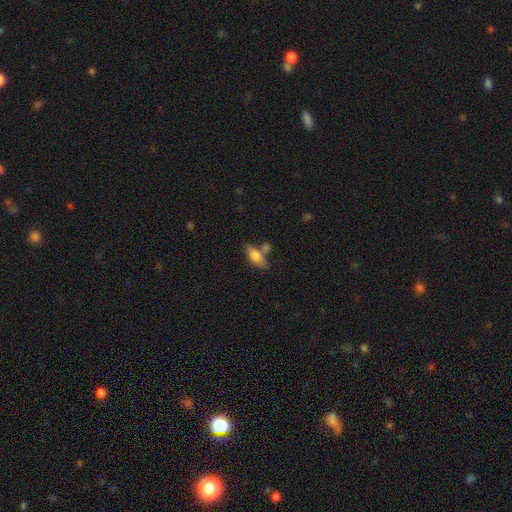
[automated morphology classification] The model was most divided on "merging": none: 62%, minor disturbance: 17%, merger: 16%, major disturbance: 5%. More confident: how rounded — in between (80%); smooth or featured — smooth (77%).